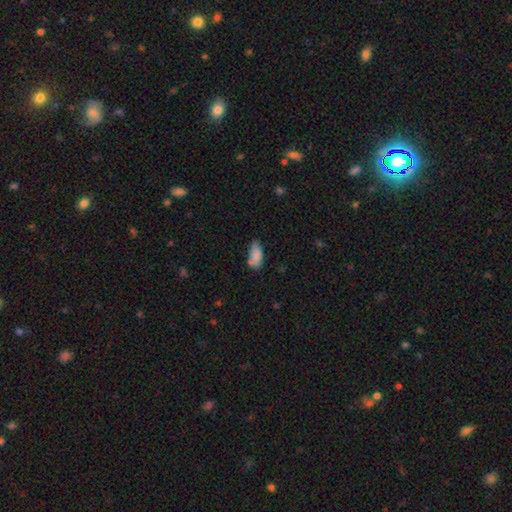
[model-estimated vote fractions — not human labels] smooth 81%, featured or disk 11%, star or artifact 8%. Down the decision tree: how rounded — in between (88%); merging — none (59%).